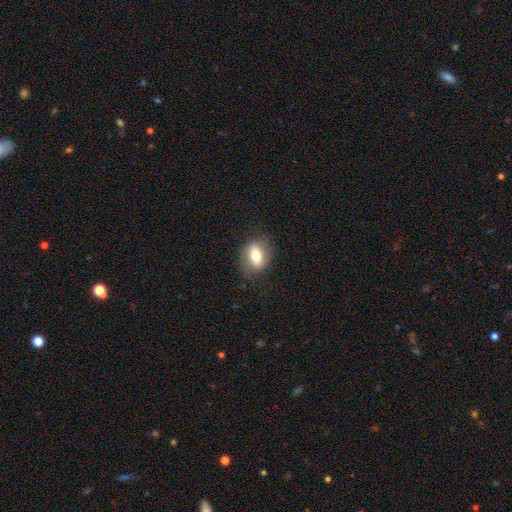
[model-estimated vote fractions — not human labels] smooth_or_featured: smooth (p=0.69) [alt: featured or disk p=0.23]
how_rounded: in between (p=0.67) [alt: round p=0.31]
merging: none (p=0.80) [alt: minor disturbance p=0.14]